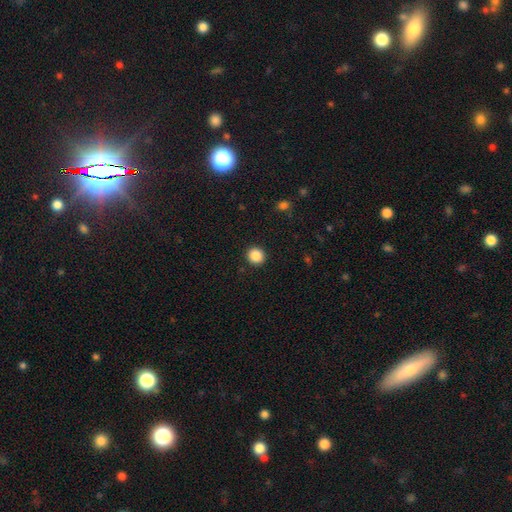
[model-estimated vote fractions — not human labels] Smooth or featured? smooth (87%)
How rounded? round (90%)
Merging? none (92%)